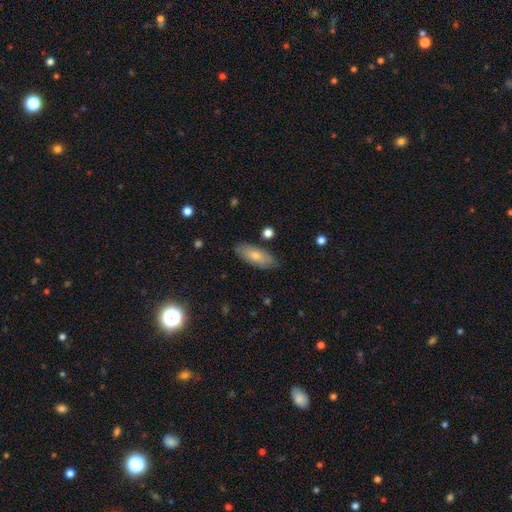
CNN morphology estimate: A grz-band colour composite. It shows a smooth galaxy with no disk features (73%) that is in between round and cigar-shaped (81%). Merging: none (80%).